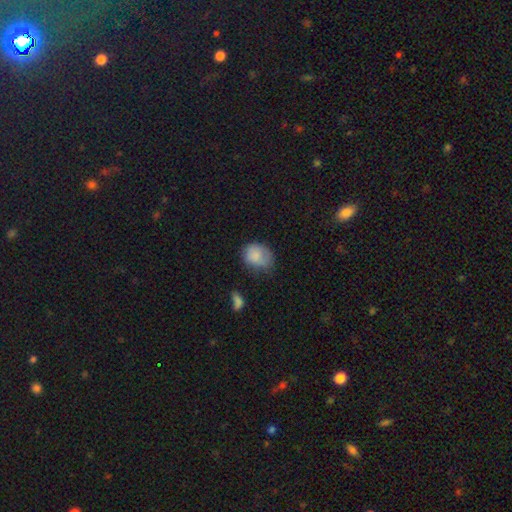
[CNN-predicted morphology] smooth 82%, featured or disk 10%, star or artifact 8%. Down the decision tree: how rounded — in between (54%); merging — none (45%).